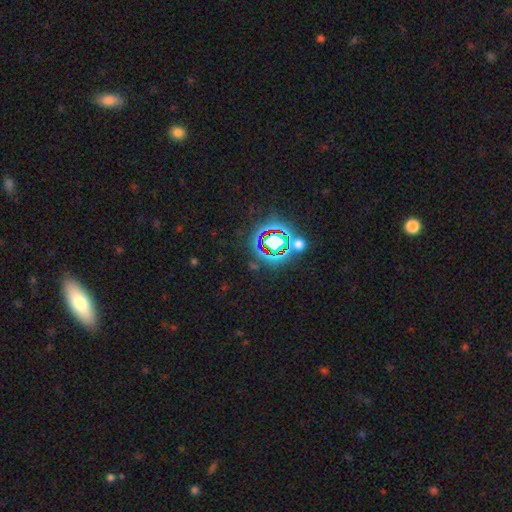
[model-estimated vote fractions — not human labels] The model was most divided on "smooth or featured": star or artifact: 71%, smooth: 17%, featured or disk: 13%.